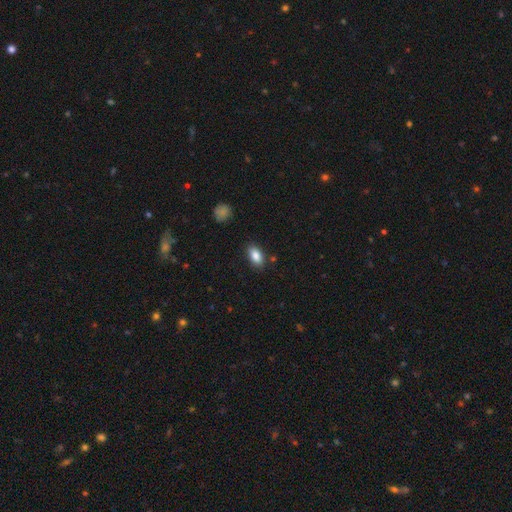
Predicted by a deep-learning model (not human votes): Smooth or featured? Predicted: smooth (p=0.86). How rounded? Predicted: in between (p=0.91). Merging? Predicted: none (p=0.86).